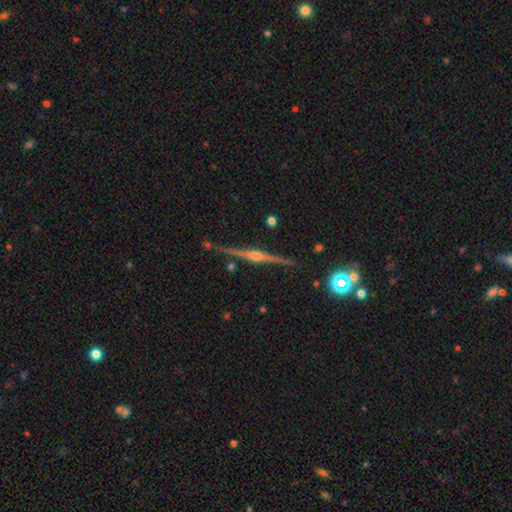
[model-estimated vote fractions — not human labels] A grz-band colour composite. It shows a featured or disk galaxy (89%) viewed edge-on (99%) with a rounded central bulge (92%). Merging: none (90%).